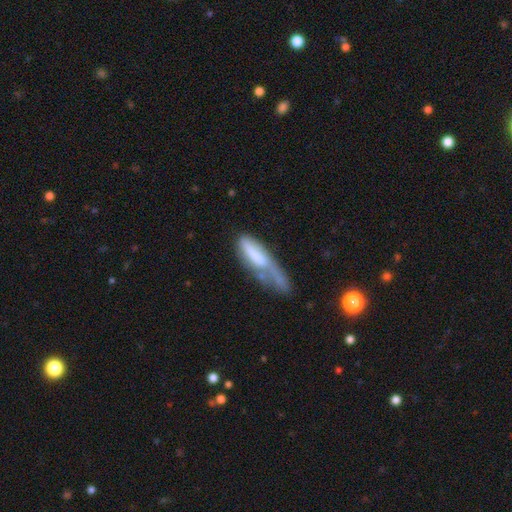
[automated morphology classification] The model was most divided on "merging": major disturbance: 35%, minor disturbance: 28%, none: 23%, merger: 15%. More confident: how rounded — cigar-shaped (58%); smooth or featured — smooth (56%).